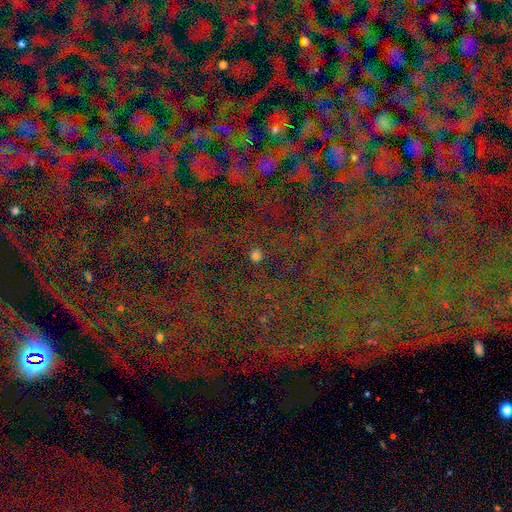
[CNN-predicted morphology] The model was most divided on "smooth or featured": smooth: 57%, star or artifact: 36%, featured or disk: 6%. More confident: how rounded — round (87%); merging — none (79%).